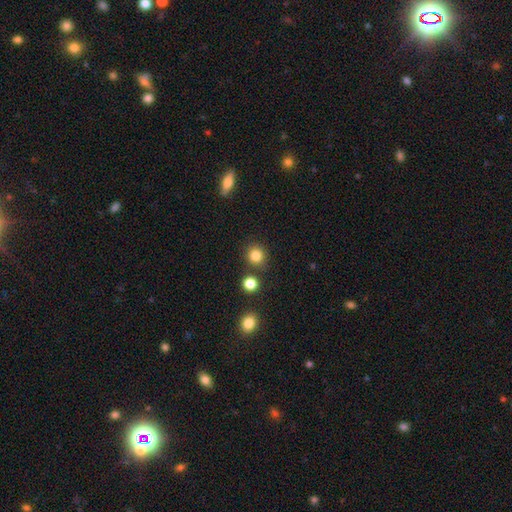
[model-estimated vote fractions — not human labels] smooth_or_featured: smooth (p=0.84) [alt: star or artifact p=0.12]
how_rounded: round (p=0.89) [alt: in between p=0.10]
merging: none (p=0.82) [alt: minor disturbance p=0.08]